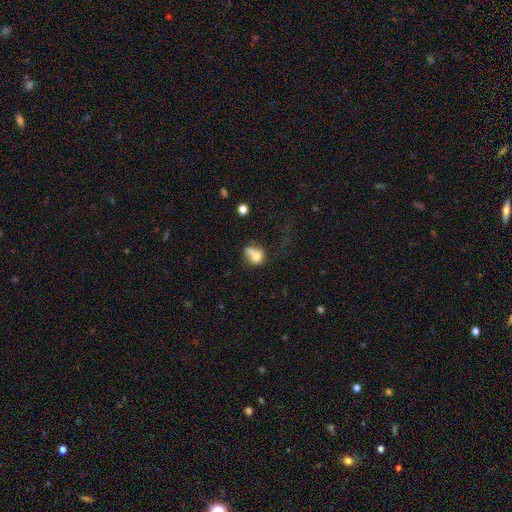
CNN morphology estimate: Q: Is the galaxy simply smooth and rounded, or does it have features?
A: smooth — 69%.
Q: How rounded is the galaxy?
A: round — 57%.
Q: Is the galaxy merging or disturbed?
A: merger — 47%.